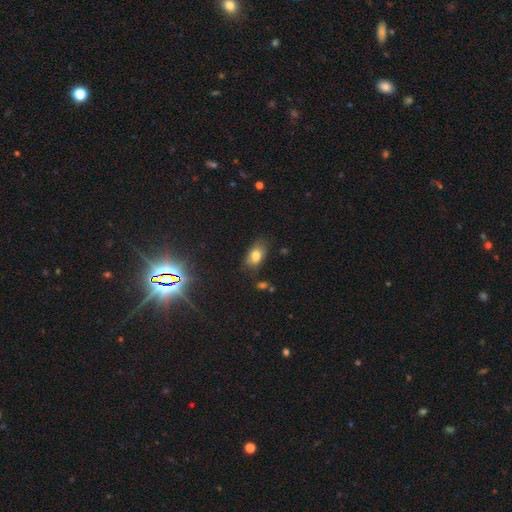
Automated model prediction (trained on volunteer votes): This is likely a smooth galaxy (79%). How rounded: clearly in between (88%). Merging: likely none (76%).